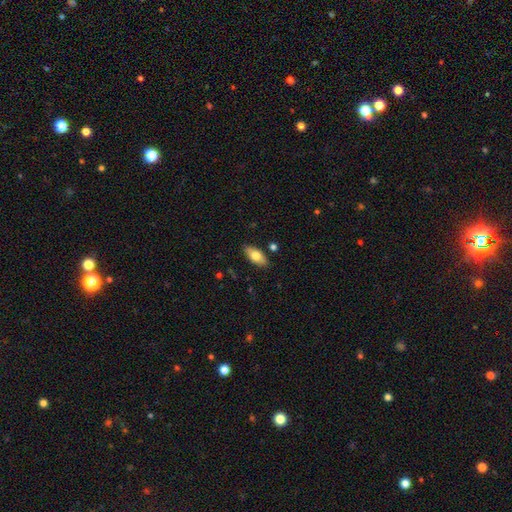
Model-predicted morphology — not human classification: type=smooth (74%); roundness=in between (87%); merging=none (86%).